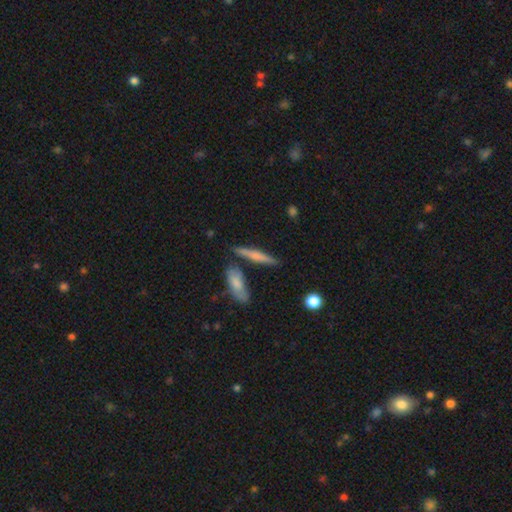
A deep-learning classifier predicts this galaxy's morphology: Q: Smooth or featured?
A: smooth (50%); runner-up: featured or disk (44%)
Q: Merging?
A: none (77%); runner-up: minor disturbance (11%)